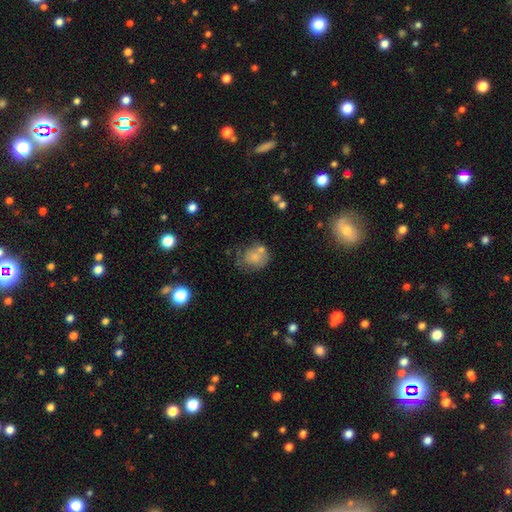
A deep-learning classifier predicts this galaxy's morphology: Overall: smooth (70%). How rounded: round (66%; in between 33%). Merging: none (41%; minor disturbance 25%).